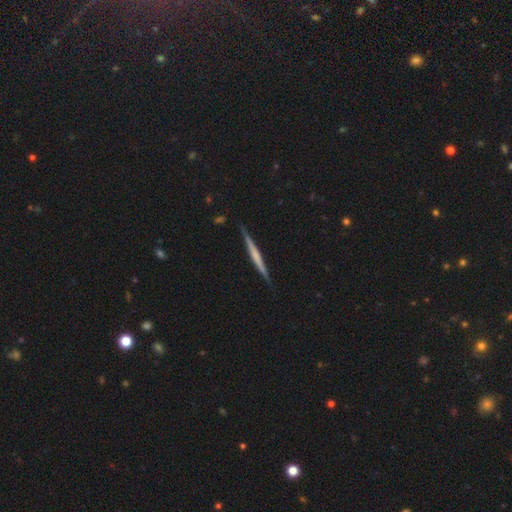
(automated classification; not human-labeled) Morphology: type=featured or disk (62%); edge-on=yes (98%); edge-on bulge=none (66%); merging=none (89%).